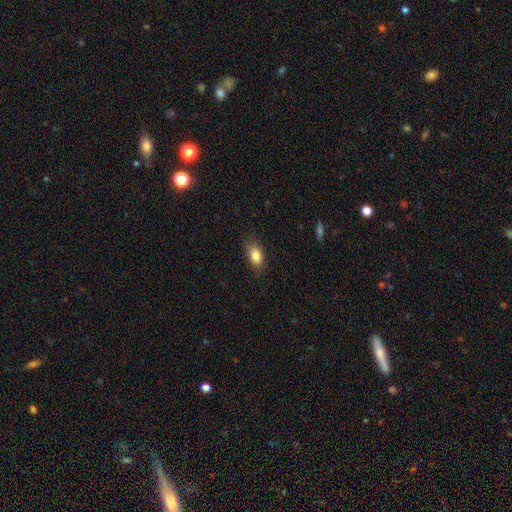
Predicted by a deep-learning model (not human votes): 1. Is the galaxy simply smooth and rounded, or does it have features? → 84% smooth, 9% star or artifact, 7% featured or disk.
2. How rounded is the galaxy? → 83% in between, 13% round, 4% cigar-shaped.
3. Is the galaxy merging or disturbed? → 75% none, 20% minor disturbance, 4% major disturbance, 1% merger.